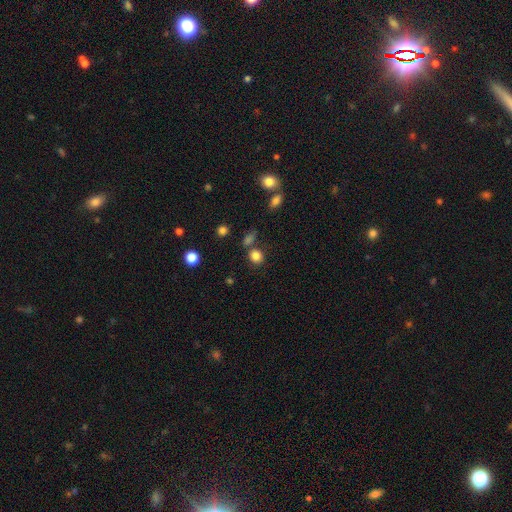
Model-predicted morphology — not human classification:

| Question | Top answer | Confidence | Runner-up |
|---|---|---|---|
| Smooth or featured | smooth | 83% | star or artifact (12%) |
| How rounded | round | 77% | in between (22%) |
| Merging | none | 72% | merger (13%) |